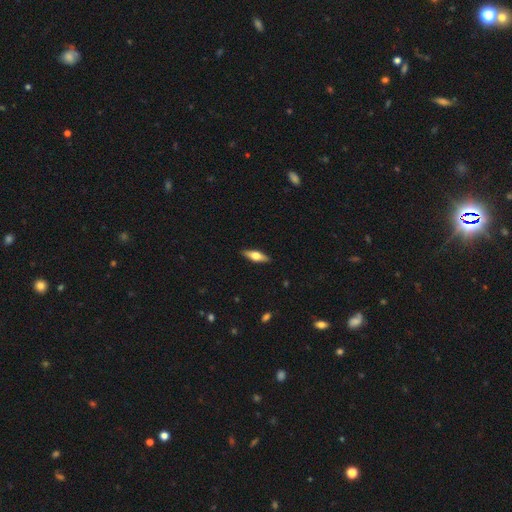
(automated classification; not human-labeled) Smooth or featured? featured or disk (48%)
Merging? none (90%)